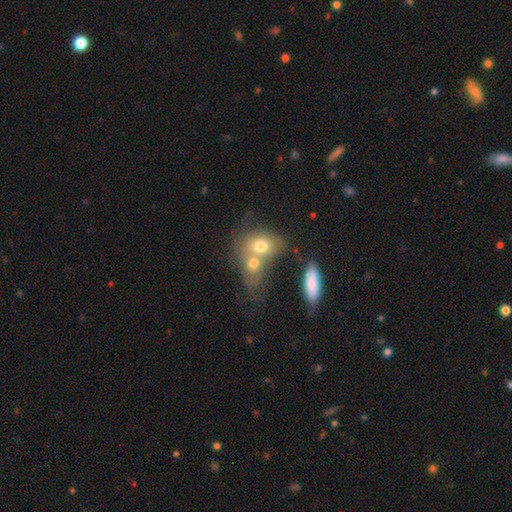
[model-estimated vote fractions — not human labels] smooth-or-featured: smooth: 58% | featured or disk: 26% | star or artifact: 15%
  how-rounded: in between: 53% | round: 42% | cigar-shaped: 5%
  merging: merger: 61% | none: 25% | minor disturbance: 8% | major disturbance: 5%